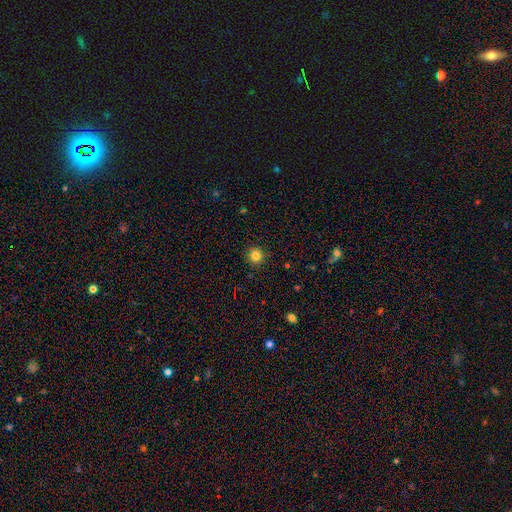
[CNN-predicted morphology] This appears to be a smooth galaxy with no disk features (83%) that is round (93%). Merging: none (92%).